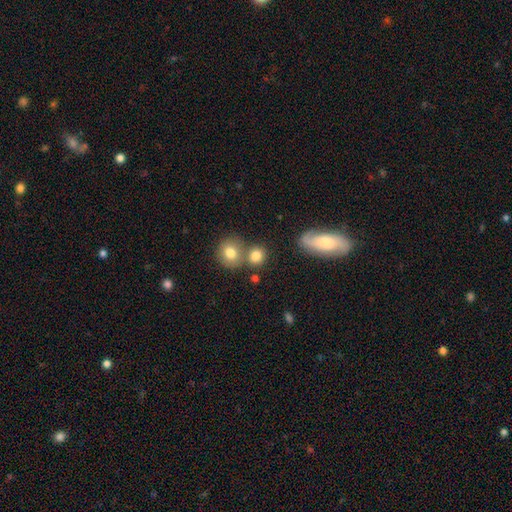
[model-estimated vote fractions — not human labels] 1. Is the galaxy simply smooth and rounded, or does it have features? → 79% smooth, 11% star or artifact, 10% featured or disk.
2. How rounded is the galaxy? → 77% round, 22% in between, 1% cigar-shaped.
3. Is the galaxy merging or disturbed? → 56% none, 30% merger, 10% minor disturbance, 4% major disturbance.